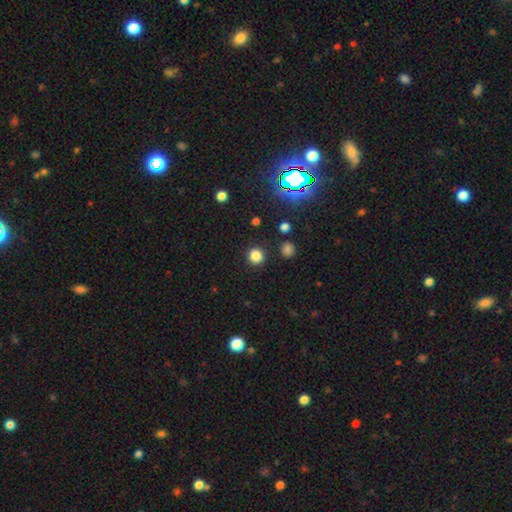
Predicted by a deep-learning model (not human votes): A smooth galaxy with no disk features (82%) that is round (90%).

Vote fractions:
- Smooth or featured? smooth: 82% / star or artifact: 14% / featured or disk: 4%
- How rounded? round: 90% / in between: 9% / cigar-shaped: 1%
- Merging? none: 89% / minor disturbance: 6% / major disturbance: 3% / merger: 2%